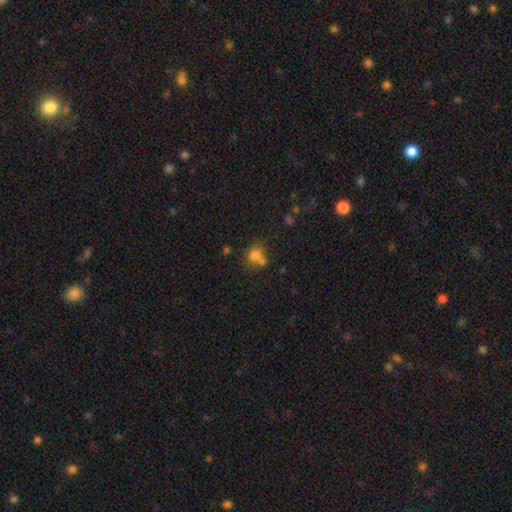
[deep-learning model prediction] Q: Smooth or featured?
A: smooth (73%); runner-up: star or artifact (15%)
Q: How rounded?
A: round (70%); runner-up: in between (29%)
Q: Merging?
A: none (44%); runner-up: merger (37%)